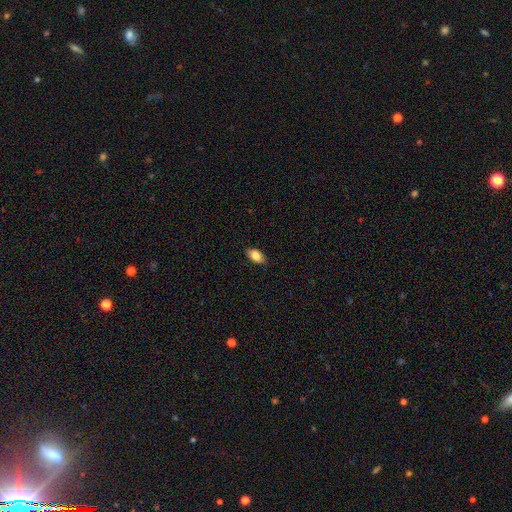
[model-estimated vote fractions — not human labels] A smooth galaxy with no disk features (82%) that is in between round and cigar-shaped (92%). Merging: none (85%).